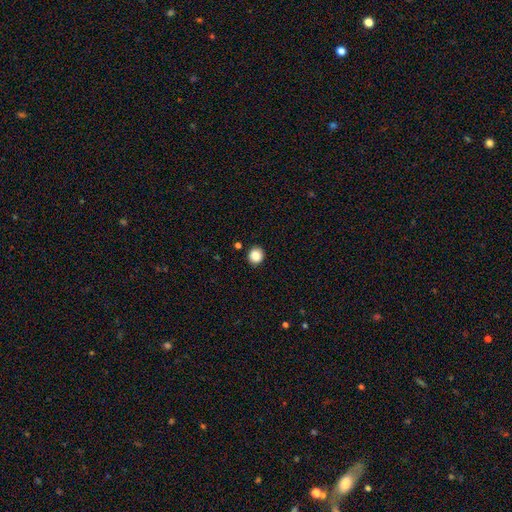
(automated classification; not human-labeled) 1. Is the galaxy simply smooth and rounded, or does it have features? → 87% smooth, 10% star or artifact, 3% featured or disk.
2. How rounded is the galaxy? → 88% round, 11% in between, 1% cigar-shaped.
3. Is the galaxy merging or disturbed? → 90% none, 6% minor disturbance, 2% major disturbance, 2% merger.